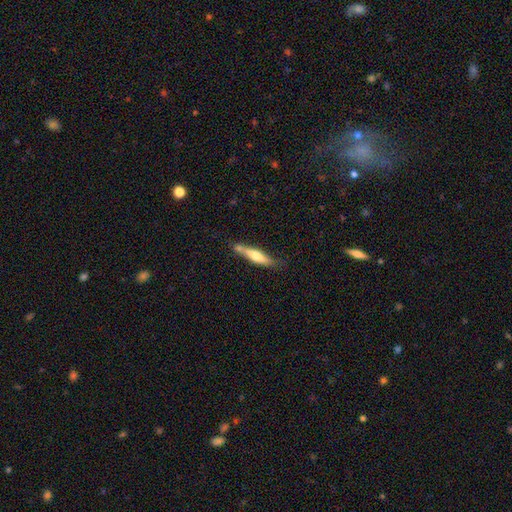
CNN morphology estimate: smooth 53%, featured or disk 42%, star or artifact 6%. Down the decision tree: how rounded — cigar-shaped (82%); merging — none (60%).